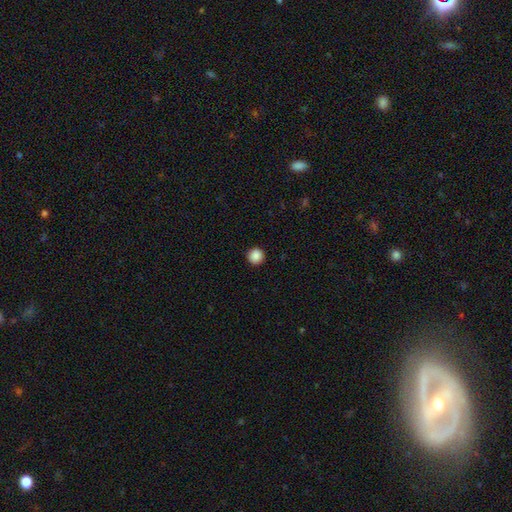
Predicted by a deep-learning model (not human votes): smooth-or-featured: smooth: 89% | star or artifact: 9% | featured or disk: 2%
  how-rounded: round: 96% | in between: 3% | cigar-shaped: 1%
  merging: none: 93% | minor disturbance: 4% | major disturbance: 1% | merger: 1%